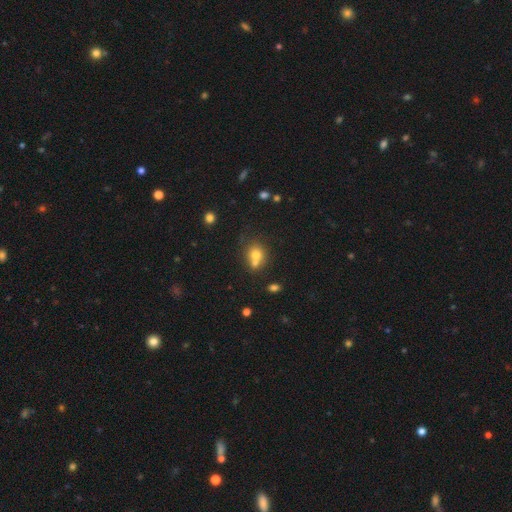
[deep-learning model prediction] The model was most divided on "merging": merger: 49%, none: 37%, minor disturbance: 10%, major disturbance: 4%. More confident: smooth or featured — smooth (73%); how rounded — round (69%).